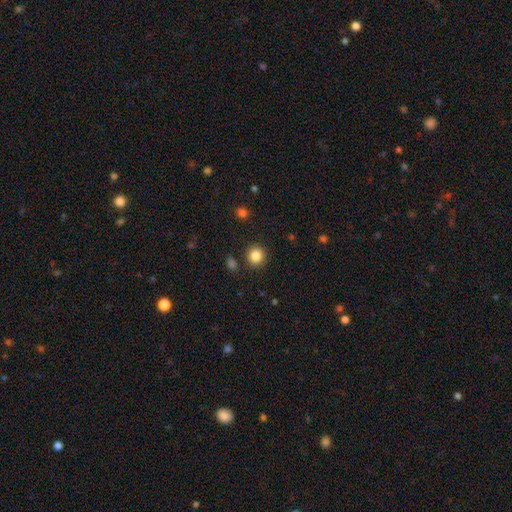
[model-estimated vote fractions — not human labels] Smooth or featured? smooth (85%)
How rounded? round (92%)
Merging? none (89%)